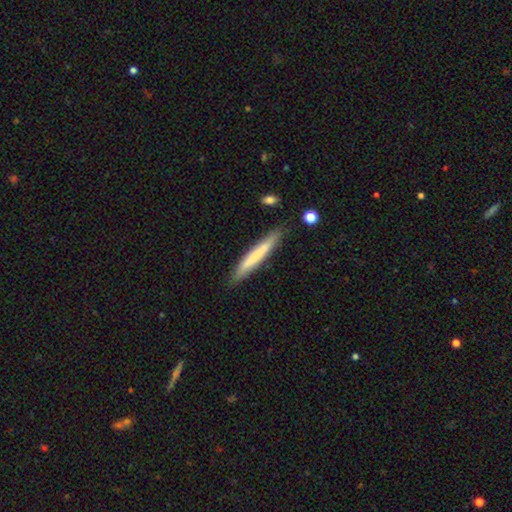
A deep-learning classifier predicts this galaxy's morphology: Smooth or featured?
  - smooth: 69% *
  - featured or disk: 26%
  - star or artifact: 6%
How rounded?
  - cigar-shaped: 96% *
  - in between: 3%
  - round: 1%
Merging?
  - none: 87% *
  - minor disturbance: 9%
  - merger: 2%
  - major disturbance: 2%